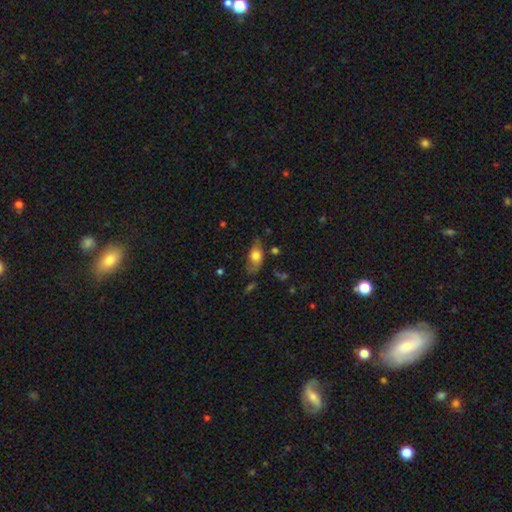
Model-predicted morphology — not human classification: This is likely a smooth galaxy (67%). How rounded: clearly in between (82%). Merging: possibly none (52%).